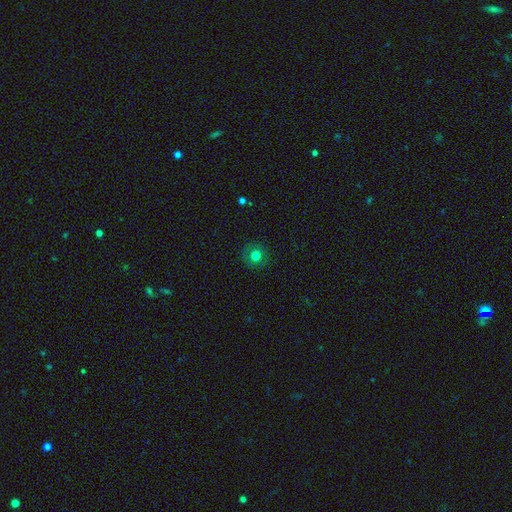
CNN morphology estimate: smooth-or-featured: smooth: 76% | star or artifact: 13% | featured or disk: 12%
  how-rounded: round: 90% | in between: 9% | cigar-shaped: 1%
  merging: none: 88% | minor disturbance: 8% | major disturbance: 3% | merger: 1%